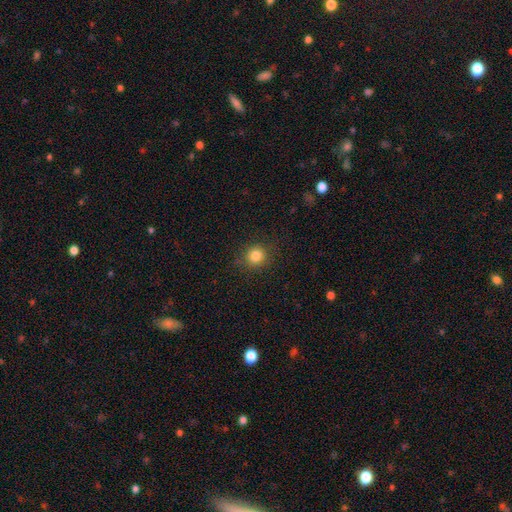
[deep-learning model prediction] smooth_or_featured: smooth (p=0.83) [alt: star or artifact p=0.12]
how_rounded: round (p=0.90) [alt: in between p=0.09]
merging: none (p=0.88) [alt: minor disturbance p=0.09]